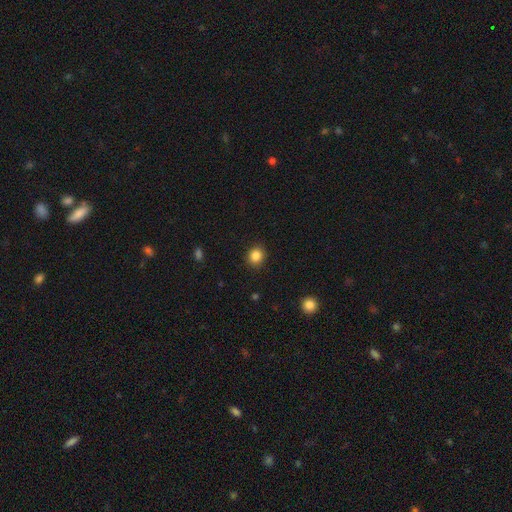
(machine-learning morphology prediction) smooth-or-featured: smooth: 85% | star or artifact: 11% | featured or disk: 4%
  how-rounded: round: 81% | in between: 18% | cigar-shaped: 1%
  merging: none: 90% | minor disturbance: 7% | major disturbance: 2% | merger: 1%